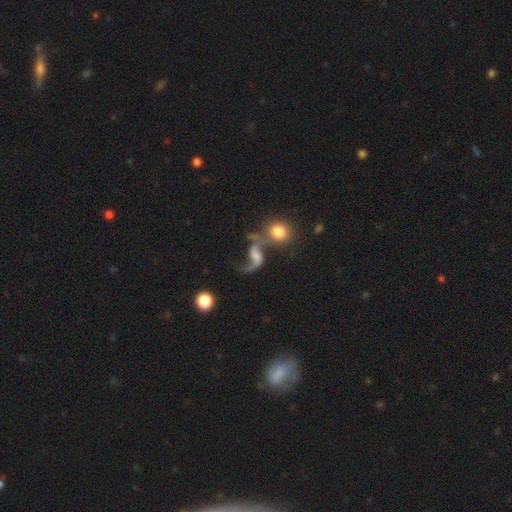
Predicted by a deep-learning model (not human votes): Smooth or featured: featured or disk — 76% (smooth — 15%)
Edge-on disk: no — 97% (yes — 3%)
Bar: no — 42% (weak — 41%)
Spiral arms: yes — 91% (no — 9%)
Spiral winding: loose — 88% (medium — 10%)
Spiral arm count: 2 — 85% (1 — 10%)
Bulge size: none — 34% (small — 24%)
Merging: merger — 34% (none — 33%)